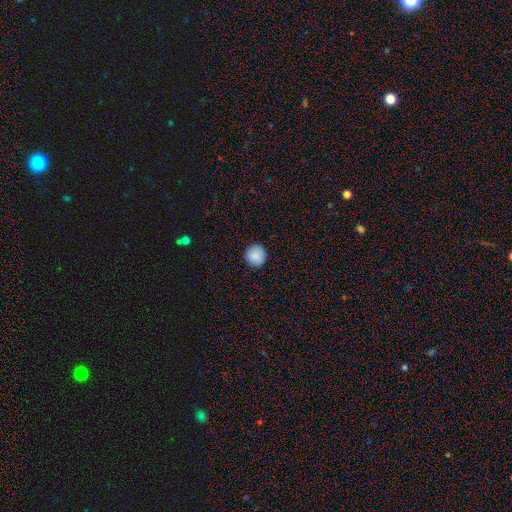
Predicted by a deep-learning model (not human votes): smooth-or-featured: smooth: 87% | star or artifact: 8% | featured or disk: 5%
  how-rounded: round: 94% | in between: 5% | cigar-shaped: 1%
  merging: none: 90% | minor disturbance: 7% | major disturbance: 2% | merger: 1%